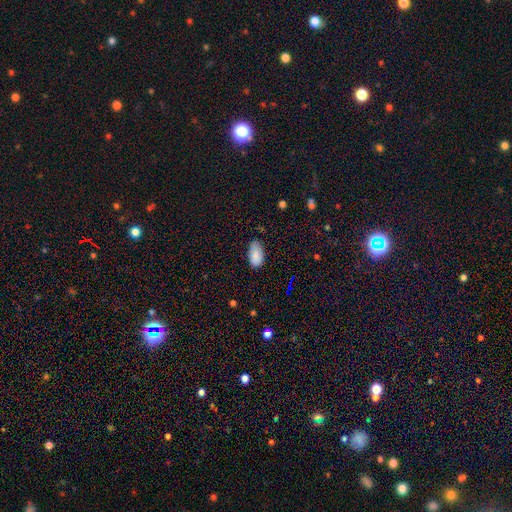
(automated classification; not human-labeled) smooth 86%, star or artifact 8%, featured or disk 6%. Down the decision tree: how rounded — in between (95%); merging — none (69%).